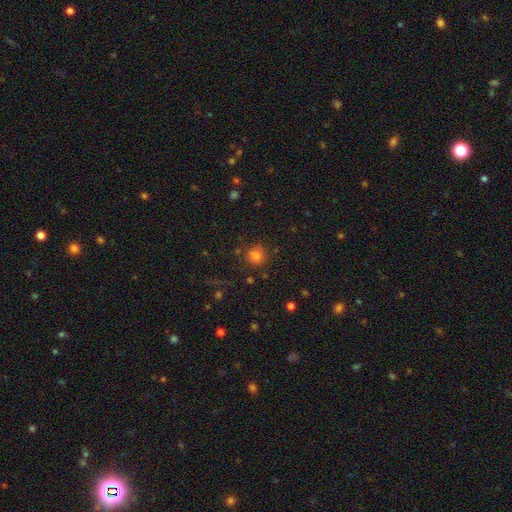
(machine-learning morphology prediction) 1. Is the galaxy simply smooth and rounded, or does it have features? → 77% smooth, 17% star or artifact, 6% featured or disk.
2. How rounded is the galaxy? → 88% round, 11% in between, 1% cigar-shaped.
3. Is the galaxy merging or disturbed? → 79% none, 11% minor disturbance, 5% major disturbance, 5% merger.